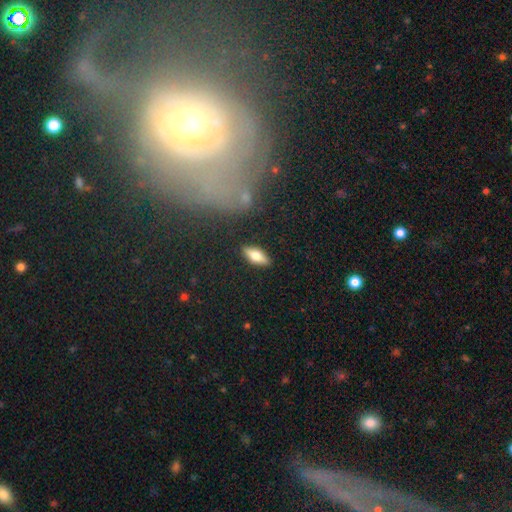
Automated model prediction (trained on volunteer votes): A smooth galaxy with no disk features (65%) that is in between round and cigar-shaped (68%). Merging: none (88%).